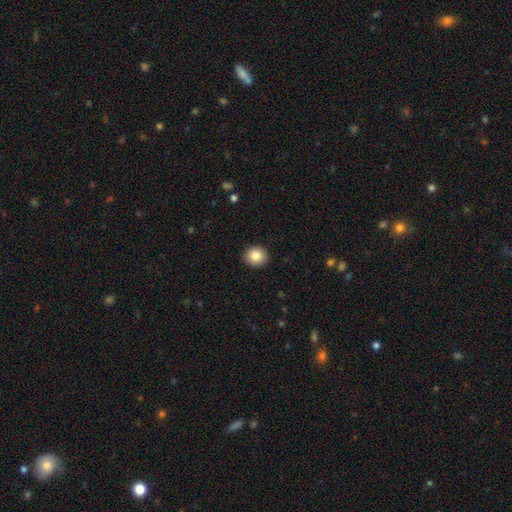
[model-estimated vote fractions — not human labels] Morphology: type=smooth (84%); roundness=round (86%); merging=none (92%).